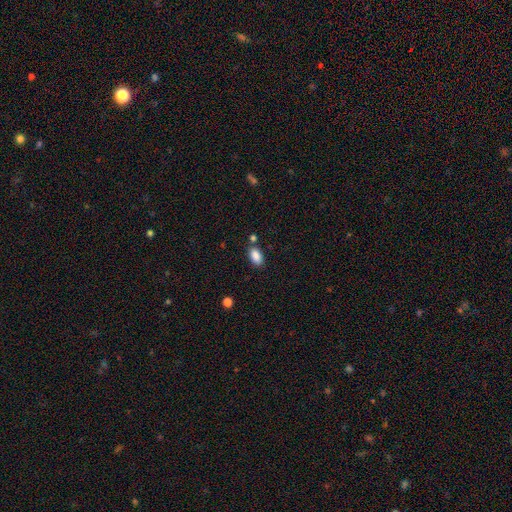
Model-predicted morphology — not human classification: This appears to be a smooth galaxy with no disk features (88%) that is in between round and cigar-shaped (92%). Merging: none (78%).